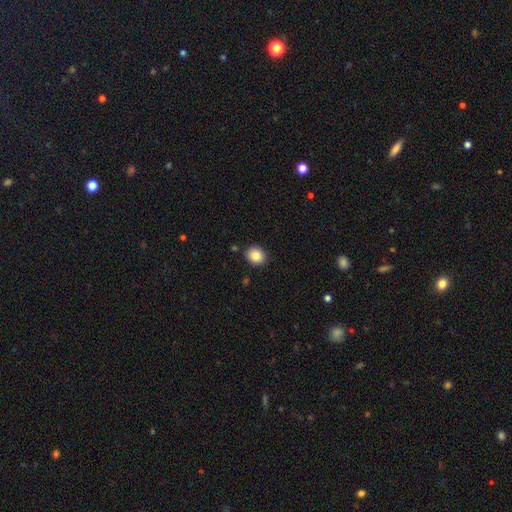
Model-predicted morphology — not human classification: Smooth or featured? Predicted: smooth (p=0.84). How rounded? Predicted: round (p=0.75). Merging? Predicted: none (p=0.90).